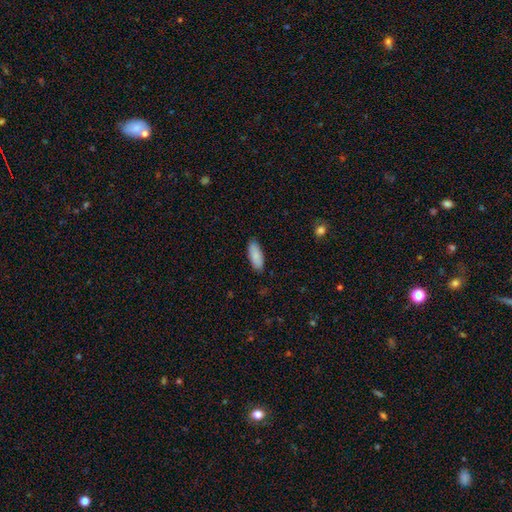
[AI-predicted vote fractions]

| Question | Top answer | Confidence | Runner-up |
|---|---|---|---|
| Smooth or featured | smooth | 88% | featured or disk (6%) |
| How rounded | in between | 79% | cigar-shaped (19%) |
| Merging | none | 87% | minor disturbance (10%) |